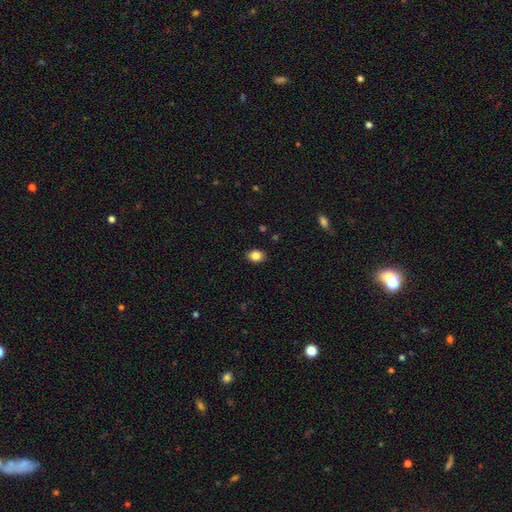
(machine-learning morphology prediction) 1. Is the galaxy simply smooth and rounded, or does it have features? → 85% smooth, 9% star or artifact, 5% featured or disk.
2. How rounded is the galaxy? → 66% in between, 32% round, 1% cigar-shaped.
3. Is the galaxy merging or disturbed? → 88% none, 9% minor disturbance, 2% major disturbance, 1% merger.